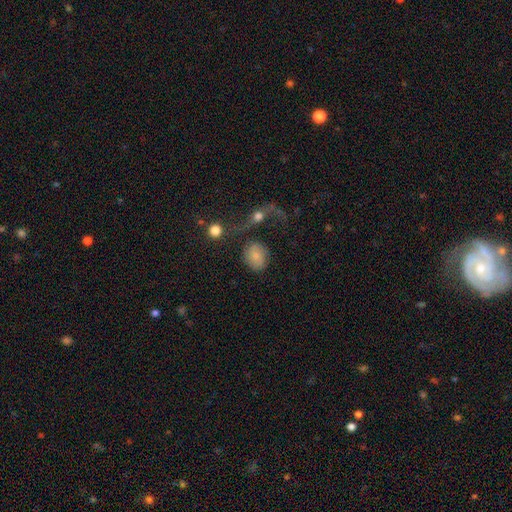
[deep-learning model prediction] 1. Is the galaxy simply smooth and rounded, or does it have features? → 73% smooth, 18% featured or disk, 9% star or artifact.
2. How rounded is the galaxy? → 62% round, 37% in between, 2% cigar-shaped.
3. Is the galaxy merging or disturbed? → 59% none, 15% minor disturbance, 15% merger, 11% major disturbance.